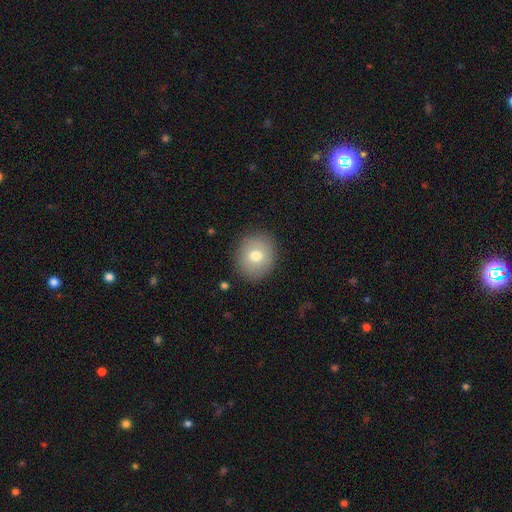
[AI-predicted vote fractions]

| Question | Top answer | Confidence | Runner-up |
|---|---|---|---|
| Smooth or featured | smooth | 73% | featured or disk (18%) |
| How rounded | round | 81% | in between (19%) |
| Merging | none | 87% | minor disturbance (9%) |